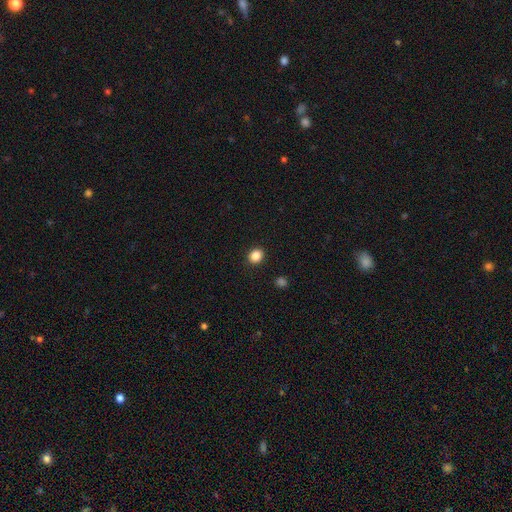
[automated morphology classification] smooth 86%, star or artifact 11%, featured or disk 3%. Down the decision tree: how rounded — round (76%); merging — none (92%).